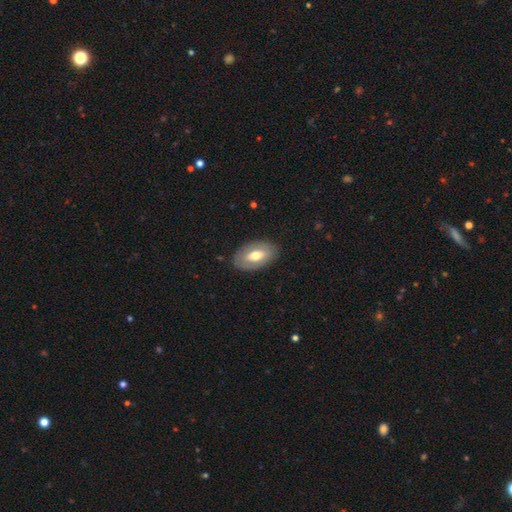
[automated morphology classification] smooth_or_featured: smooth (p=0.52) [alt: featured or disk p=0.42]
how_rounded: in between (p=0.92) [alt: round p=0.06]
merging: none (p=0.84) [alt: minor disturbance p=0.12]